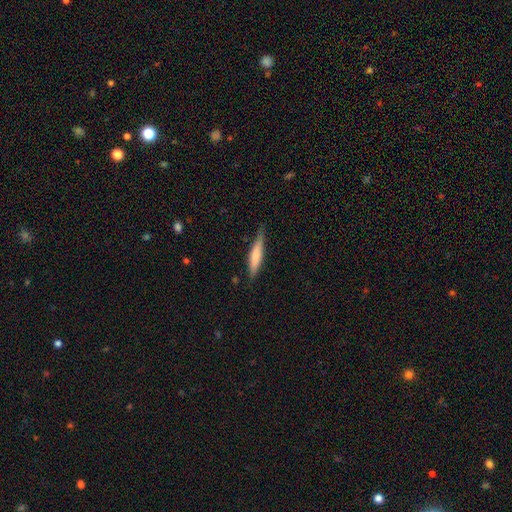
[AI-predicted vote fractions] Q: Smooth or featured?
A: smooth (65%); runner-up: featured or disk (30%)
Q: How rounded?
A: cigar-shaped (86%); runner-up: in between (13%)
Q: Merging?
A: none (77%); runner-up: minor disturbance (18%)